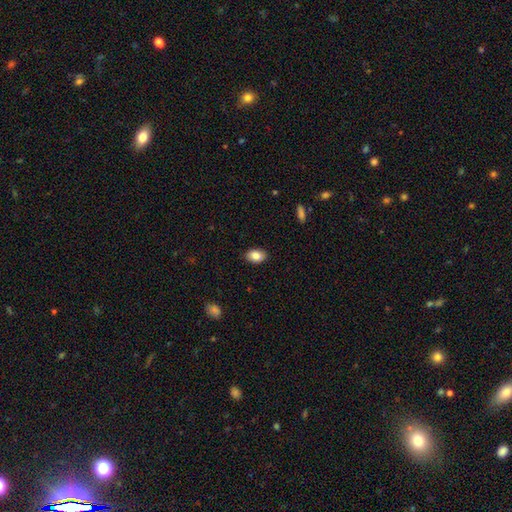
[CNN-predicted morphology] The model was most divided on "smooth or featured": smooth: 84%, featured or disk: 8%, star or artifact: 8%. More confident: merging — none (88%); how rounded — in between (88%).